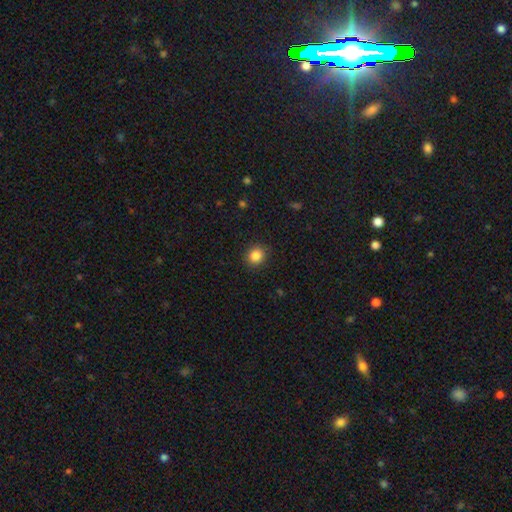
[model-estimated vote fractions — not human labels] This is clearly a smooth galaxy (86%). How rounded: likely round (77%). Merging: clearly none (89%).